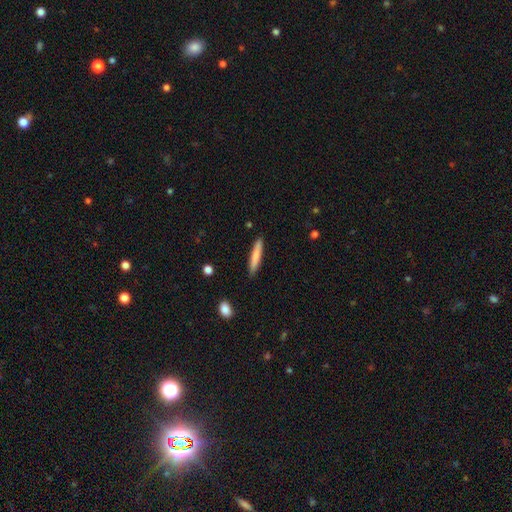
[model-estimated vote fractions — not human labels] This appears to be a smooth galaxy with no disk features (77%) that is cigar-shaped (92%). Merging: none (88%).